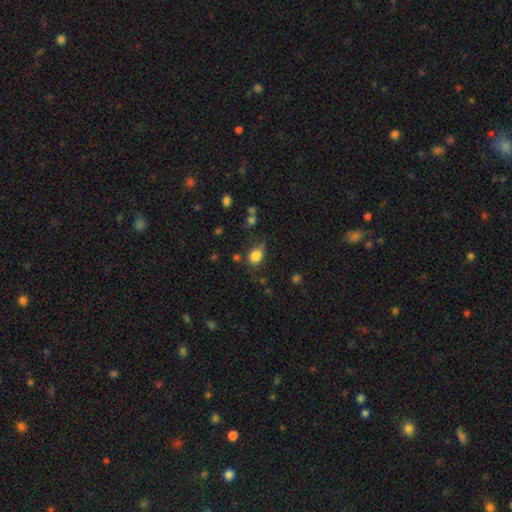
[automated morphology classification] This is clearly a smooth galaxy (84%). How rounded: possibly in between (56%). Merging: likely none (63%).